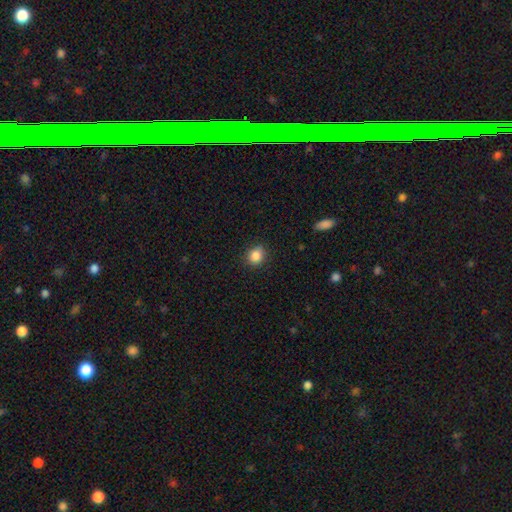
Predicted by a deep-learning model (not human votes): This is clearly a smooth galaxy (86%). How rounded: likely round (73%). Merging: clearly none (85%).